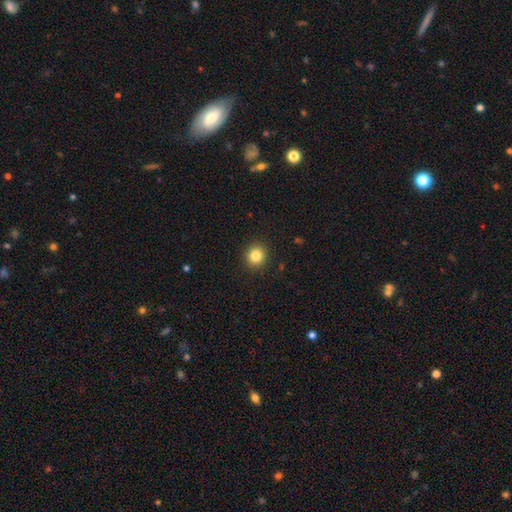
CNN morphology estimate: smooth-or-featured: smooth: 84% | star or artifact: 11% | featured or disk: 6%
  how-rounded: round: 88% | in between: 11% | cigar-shaped: 1%
  merging: none: 91% | minor disturbance: 6% | major disturbance: 2% | merger: 1%